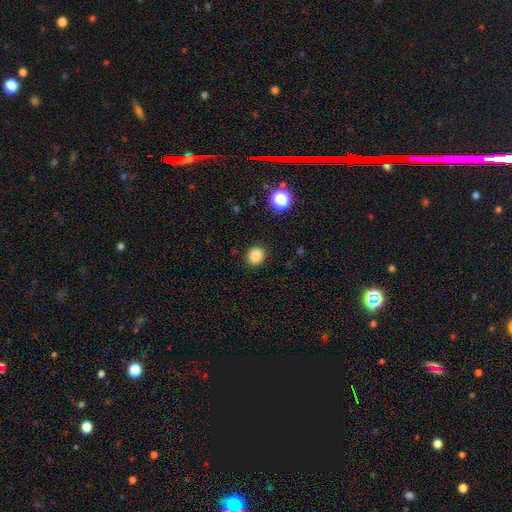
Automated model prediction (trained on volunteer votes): A smooth galaxy with no disk features (85%) that is round (85%).

Vote fractions:
- Smooth or featured? smooth: 85% / star or artifact: 12% / featured or disk: 3%
- How rounded? round: 85% / in between: 14% / cigar-shaped: 1%
- Merging? none: 90% / minor disturbance: 6% / major disturbance: 2% / merger: 1%